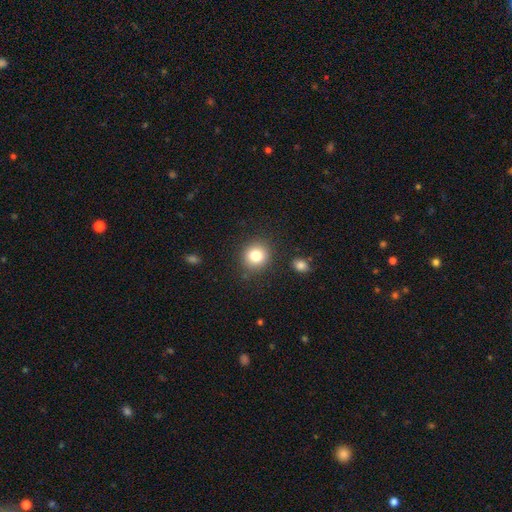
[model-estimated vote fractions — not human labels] smooth-or-featured: smooth: 80% | star or artifact: 11% | featured or disk: 8%
  how-rounded: round: 88% | in between: 11% | cigar-shaped: 1%
  merging: none: 87% | minor disturbance: 8% | major disturbance: 3% | merger: 2%